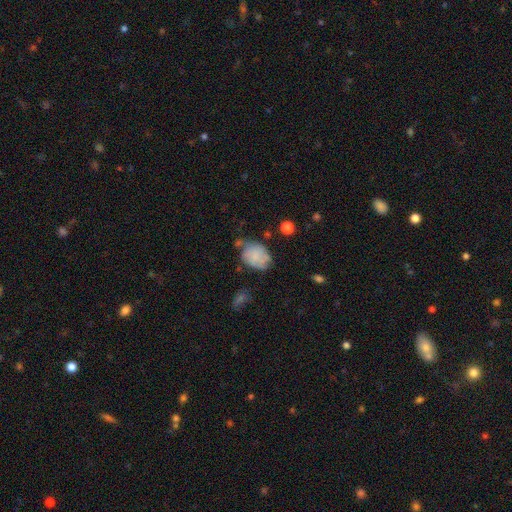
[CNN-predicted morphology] This is likely a smooth galaxy (71%). How rounded: likely in between (65%). Merging: possibly none (49%).